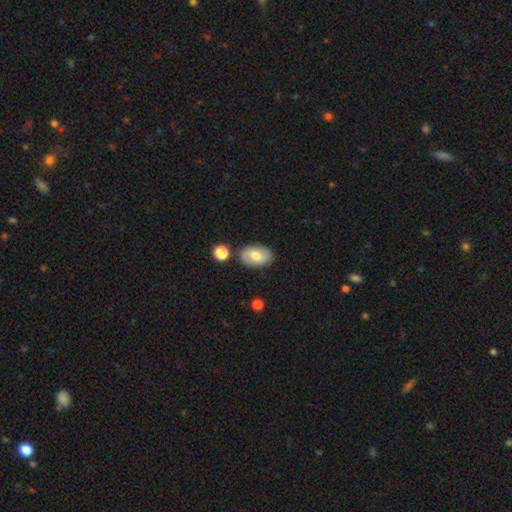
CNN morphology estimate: Smooth or featured? Predicted: smooth (p=0.63). How rounded? Predicted: in between (p=0.89). Merging? Predicted: none (p=0.81).